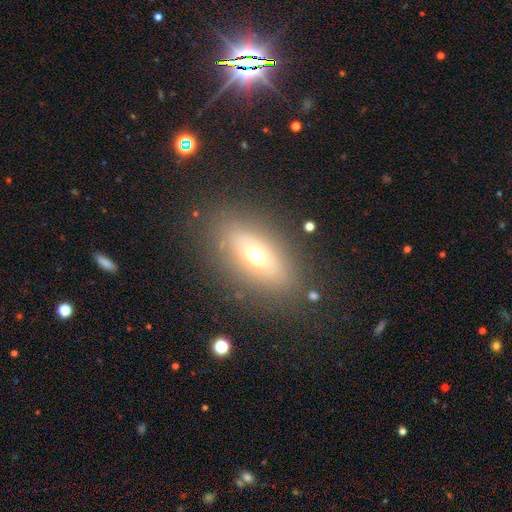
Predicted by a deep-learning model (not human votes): Morphology: type=smooth (54%); roundness=in between (79%); merging=none (81%).